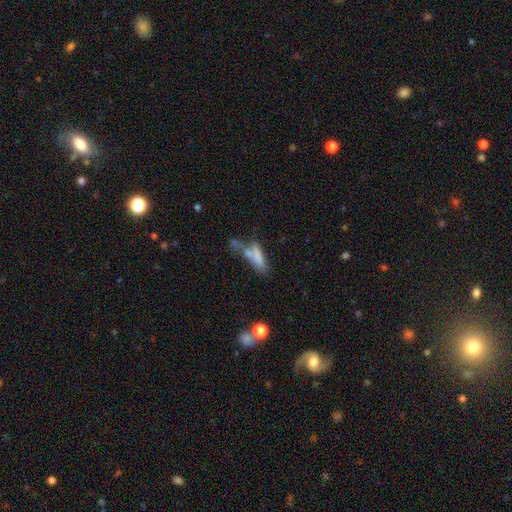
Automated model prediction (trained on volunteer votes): smooth 66%, featured or disk 24%, star or artifact 10%. Down the decision tree: how rounded — cigar-shaped (59%); merging — merger (41%).